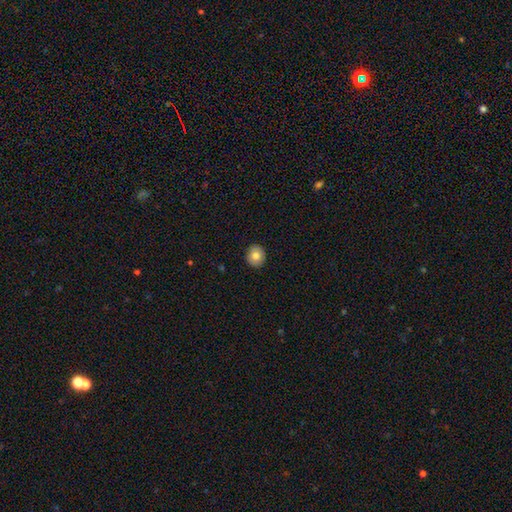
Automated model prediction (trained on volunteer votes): smooth-or-featured: smooth: 79% | featured or disk: 13% | star or artifact: 8%
  how-rounded: round: 75% | in between: 24% | cigar-shaped: 1%
  merging: none: 90% | minor disturbance: 7% | major disturbance: 2% | merger: 1%